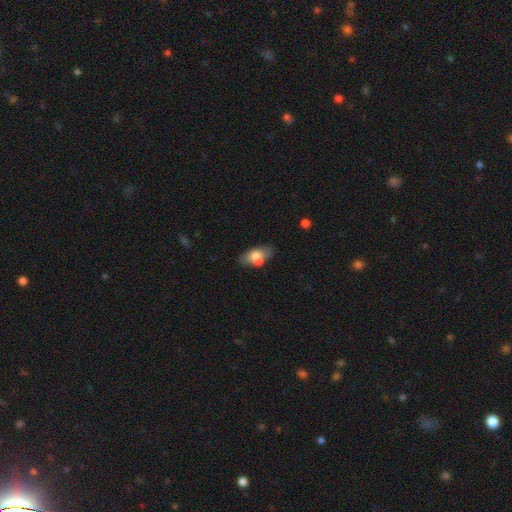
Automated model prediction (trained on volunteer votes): A smooth galaxy with no disk features (65%) that is in between round and cigar-shaped (86%).

Vote fractions:
- Smooth or featured? smooth: 65% / featured or disk: 27% / star or artifact: 8%
- How rounded? in between: 86% / round: 7% / cigar-shaped: 6%
- Merging? none: 48% / merger: 25% / minor disturbance: 19% / major disturbance: 7%